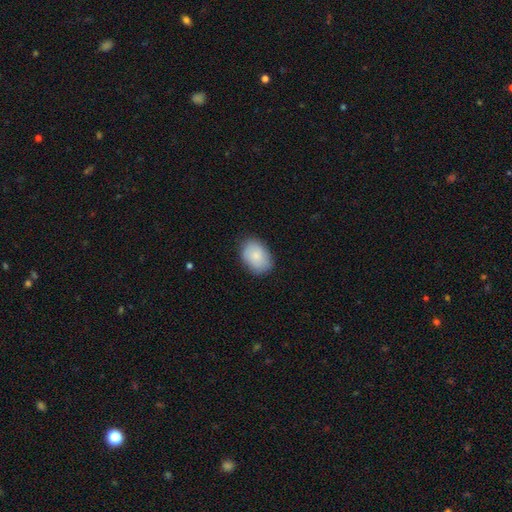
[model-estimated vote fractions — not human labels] Overall: smooth (84%). How rounded: in between (77%). Merging: none (82%).